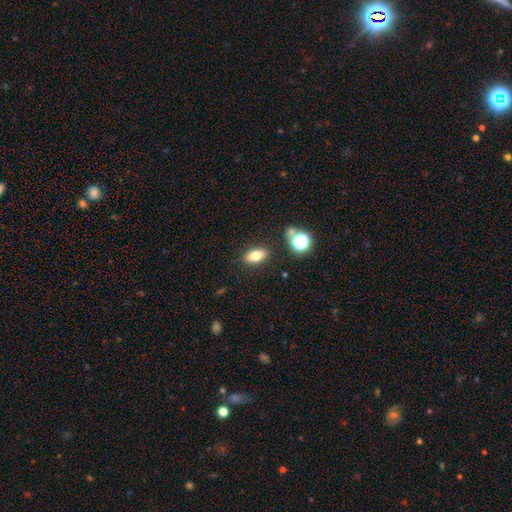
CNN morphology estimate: Smooth or featured?
  - smooth: 77% *
  - featured or disk: 12%
  - star or artifact: 12%
How rounded?
  - in between: 84% *
  - round: 10%
  - cigar-shaped: 6%
Merging?
  - none: 85% *
  - minor disturbance: 9%
  - merger: 3%
  - major disturbance: 3%